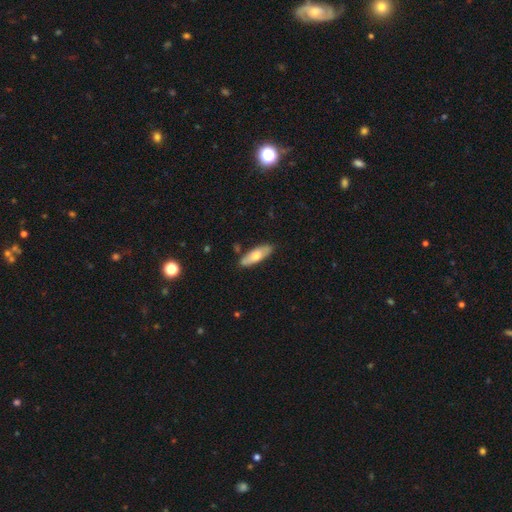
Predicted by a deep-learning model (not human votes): Smooth or featured? Predicted: smooth (p=0.66). How rounded? Predicted: in between (p=0.62). Merging? Predicted: none (p=0.84).